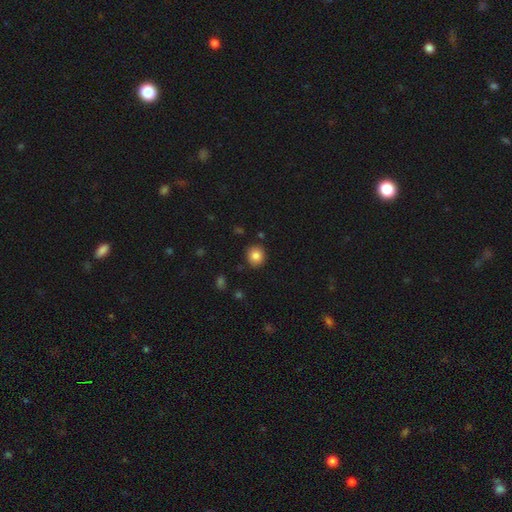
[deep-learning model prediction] Smooth or featured: smooth — 85% (star or artifact — 10%)
How rounded: round — 87% (in between — 12%)
Merging: none — 89% (minor disturbance — 7%)